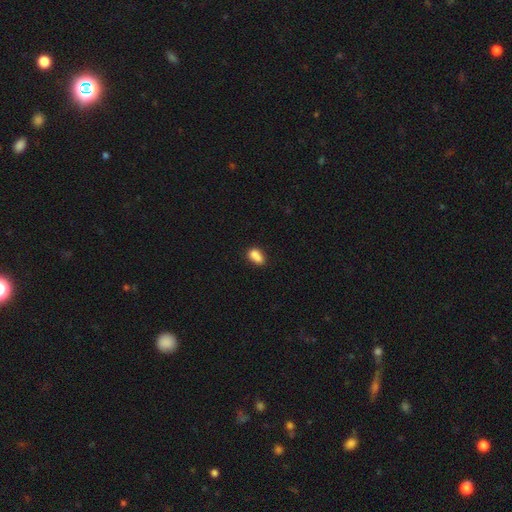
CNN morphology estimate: smooth-or-featured: smooth: 82% | star or artifact: 10% | featured or disk: 8%
  how-rounded: in between: 81% | round: 12% | cigar-shaped: 7%
  merging: none: 53% | minor disturbance: 21% | merger: 20% | major disturbance: 6%